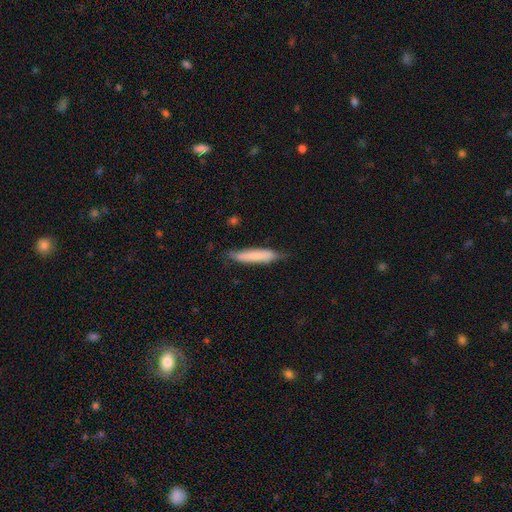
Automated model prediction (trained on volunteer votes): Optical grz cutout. It shows a smooth galaxy with no disk features (75%) that is cigar-shaped (87%). Merging: none (72%).